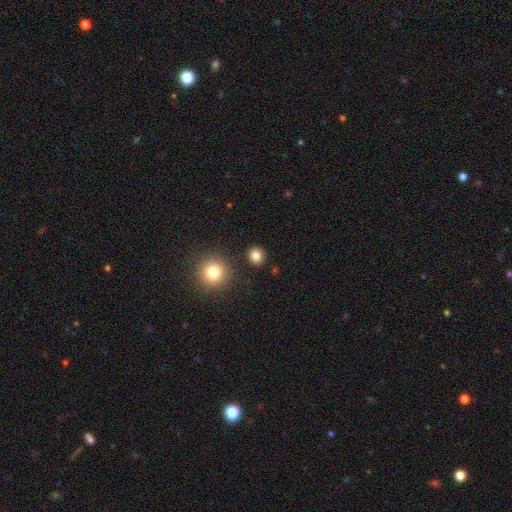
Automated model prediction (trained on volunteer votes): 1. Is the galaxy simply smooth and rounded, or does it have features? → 82% smooth, 12% star or artifact, 5% featured or disk.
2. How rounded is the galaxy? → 85% round, 14% in between, 1% cigar-shaped.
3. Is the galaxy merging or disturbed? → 88% none, 6% minor disturbance, 3% merger, 2% major disturbance.